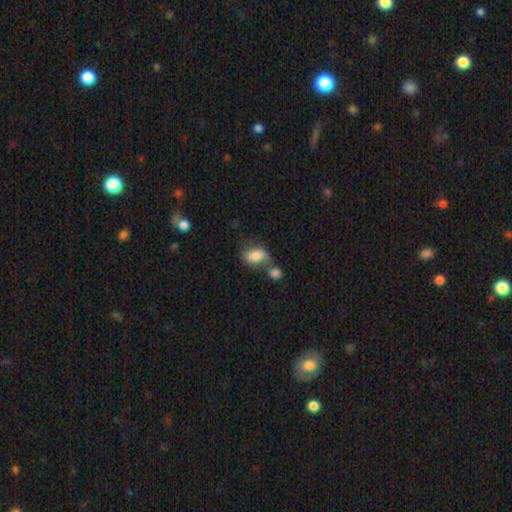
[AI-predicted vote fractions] Q: Smooth or featured?
A: smooth (78%); runner-up: featured or disk (14%)
Q: How rounded?
A: in between (86%); runner-up: round (11%)
Q: Merging?
A: merger (41%); runner-up: none (31%)